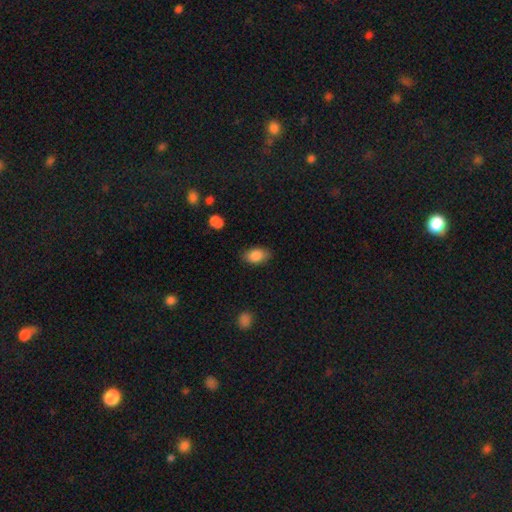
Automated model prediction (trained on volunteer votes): This is clearly a smooth galaxy (86%). How rounded: clearly in between (89%). Merging: clearly none (82%).